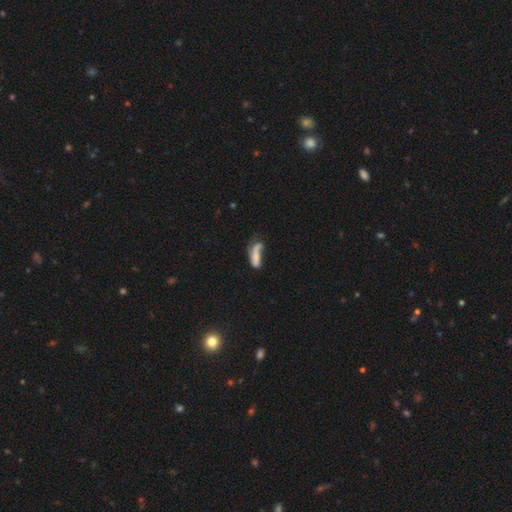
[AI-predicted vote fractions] A smooth galaxy with no disk features (58%) that is cigar-shaped (49%).

Vote fractions:
- Smooth or featured? smooth: 58% / featured or disk: 31% / star or artifact: 11%
- How rounded? cigar-shaped: 49% / in between: 48% / round: 3%
- Merging? major disturbance: 35% / none: 27% / minor disturbance: 23% / merger: 16%